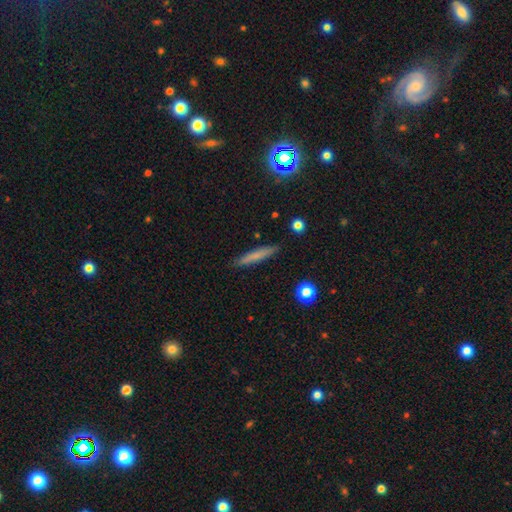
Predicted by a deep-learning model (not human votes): smooth 69%, featured or disk 22%, star or artifact 9%. Down the decision tree: how rounded — cigar-shaped (93%); merging — none (89%).